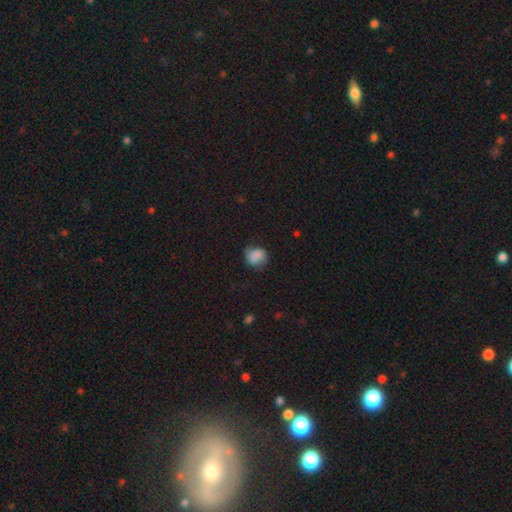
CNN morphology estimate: type=smooth (79%); roundness=round (61%); merging=none (57%).